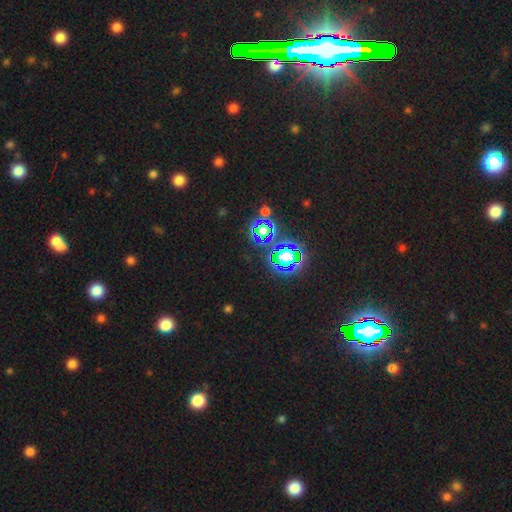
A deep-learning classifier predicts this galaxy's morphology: smooth_or_featured: star or artifact (p=0.79) [alt: smooth p=0.14]